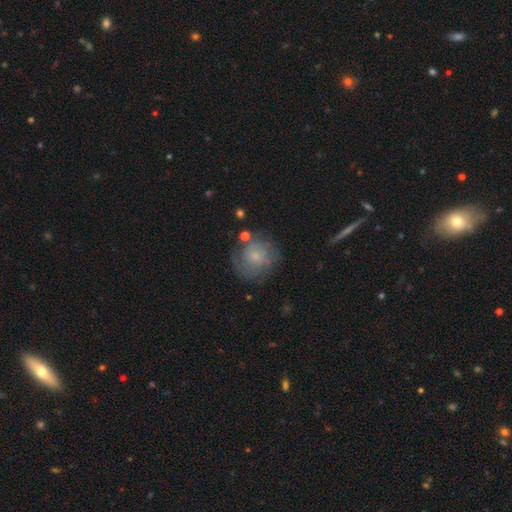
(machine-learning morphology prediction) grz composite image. It shows a featured or disk galaxy (48%). Merging: none (65%).